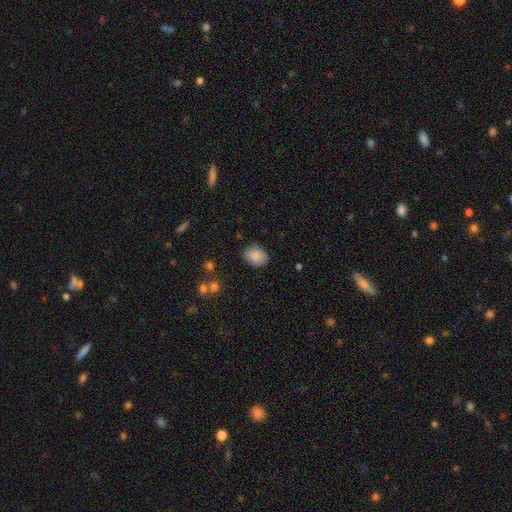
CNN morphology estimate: smooth-or-featured: smooth: 86% | star or artifact: 8% | featured or disk: 6%
  how-rounded: in between: 61% | round: 38% | cigar-shaped: 1%
  merging: none: 84% | minor disturbance: 11% | major disturbance: 3% | merger: 1%